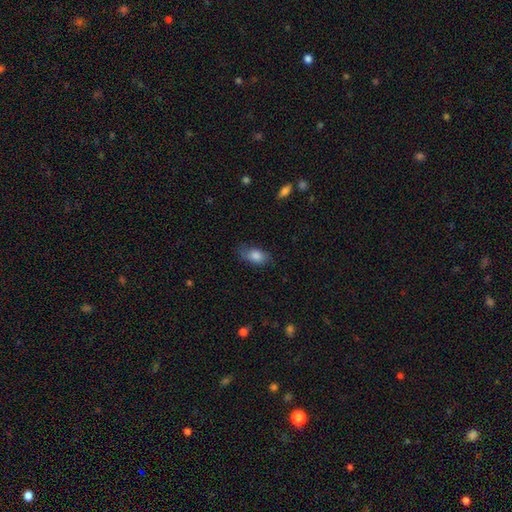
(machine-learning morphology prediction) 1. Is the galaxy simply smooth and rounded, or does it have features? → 82% smooth, 10% featured or disk, 8% star or artifact.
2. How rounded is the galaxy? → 86% in between, 9% round, 5% cigar-shaped.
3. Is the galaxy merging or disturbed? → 65% none, 26% minor disturbance, 8% major disturbance, 1% merger.